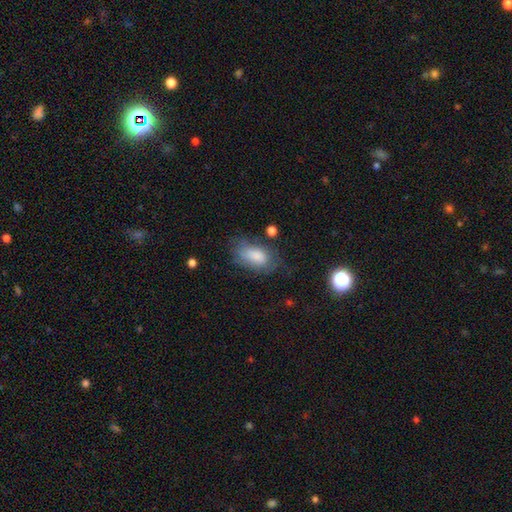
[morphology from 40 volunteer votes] A smooth galaxy with no disk features (92%) that is in between round and cigar-shaped (95%).

Vote fractions:
- Smooth or featured? smooth: 92% / featured or disk: 8% / star or artifact: 0%
- How rounded? in between: 95% / round: 3% / cigar-shaped: 3%
- Merging? none: 57% / minor disturbance: 38% / major disturbance: 5% / merger: 0%